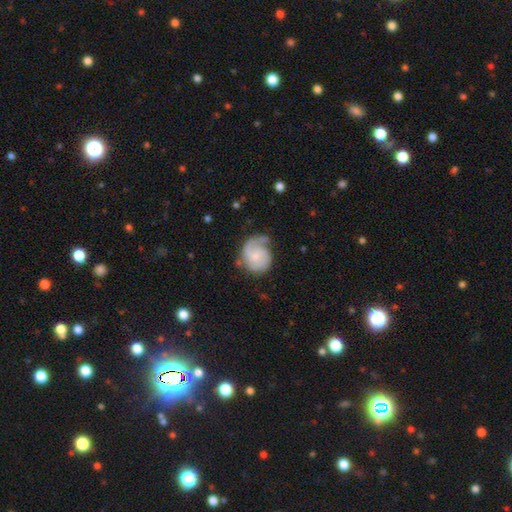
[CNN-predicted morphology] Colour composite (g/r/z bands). It shows a featured or disk galaxy (74%) with no bar (62%), 2 (57%) medium (44%) spiral arms (94%) and a small central bulge (52%). Merging: none (54%).